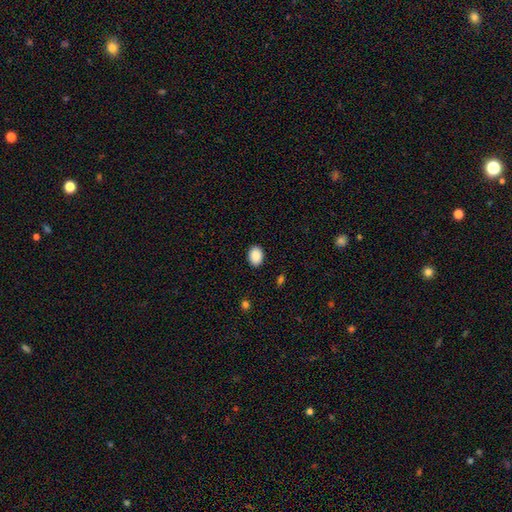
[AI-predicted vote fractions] Smooth or featured?
  - smooth: 90% *
  - star or artifact: 7%
  - featured or disk: 3%
How rounded?
  - in between: 72% *
  - round: 27%
  - cigar-shaped: 1%
Merging?
  - none: 90% *
  - minor disturbance: 7%
  - major disturbance: 2%
  - merger: 1%